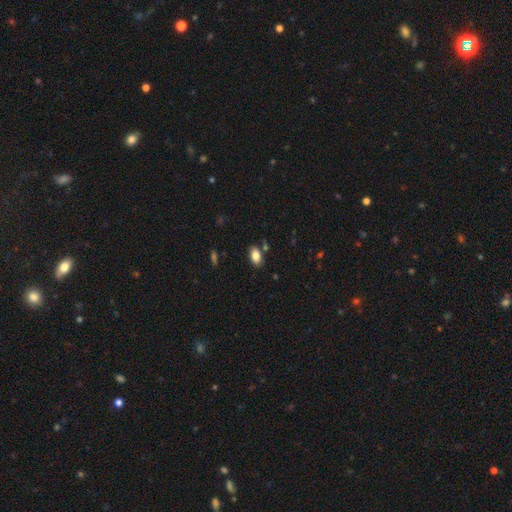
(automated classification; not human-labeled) A smooth galaxy with no disk features (85%) that is in between round and cigar-shaped (92%). Merging: none (82%).